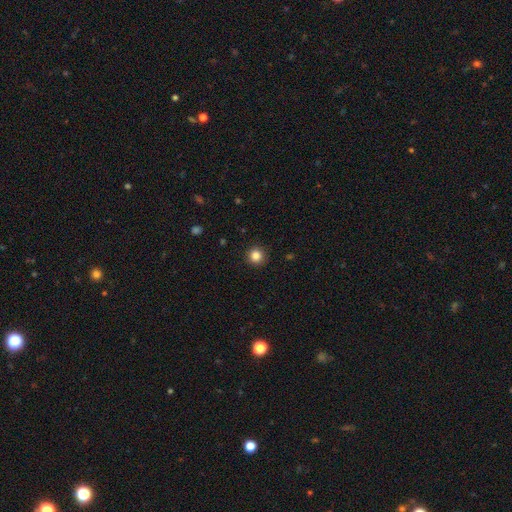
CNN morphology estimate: A smooth galaxy with no disk features (85%) that is round (94%). Merging: none (92%).